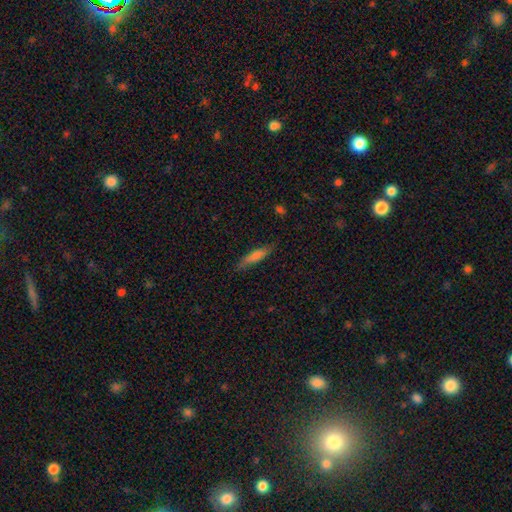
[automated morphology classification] A smooth galaxy with no disk features (59%) that is cigar-shaped (85%). Merging: none (83%).